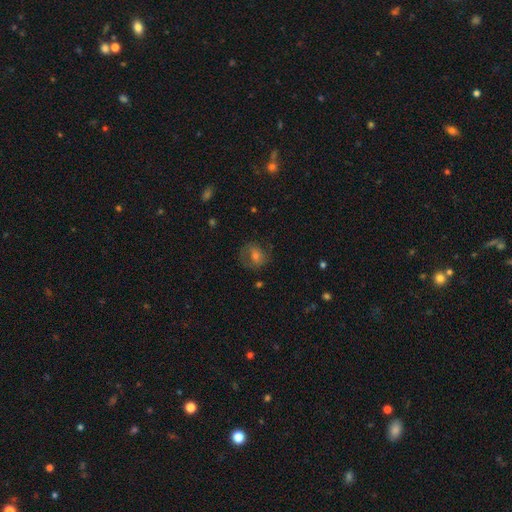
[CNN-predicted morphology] Smooth or featured? featured or disk (42%, tied with smooth)
Merging? none (69%)